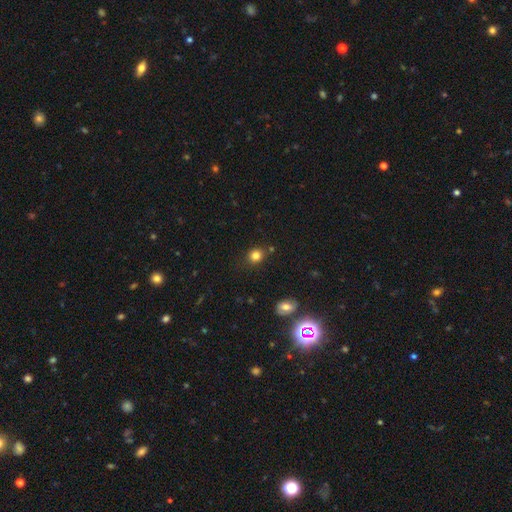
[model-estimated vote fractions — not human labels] This is clearly a smooth galaxy (81%). How rounded: likely round (74%). Merging: likely none (80%).